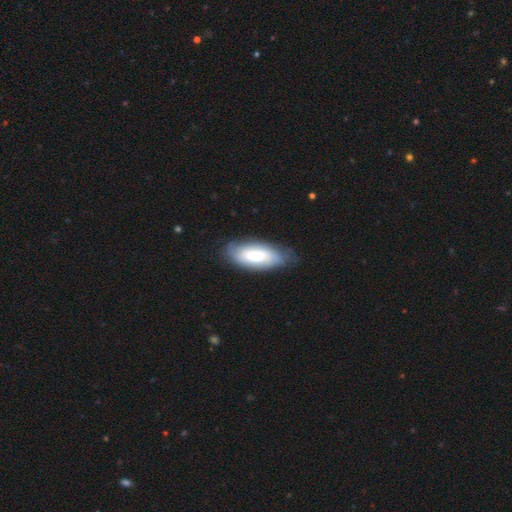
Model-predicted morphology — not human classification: A smooth galaxy with no disk features (65%) that is in between round and cigar-shaped (87%).

Vote fractions:
- Smooth or featured? smooth: 65% / featured or disk: 29% / star or artifact: 6%
- How rounded? in between: 87% / cigar-shaped: 11% / round: 2%
- Merging? none: 69% / minor disturbance: 24% / major disturbance: 6% / merger: 1%